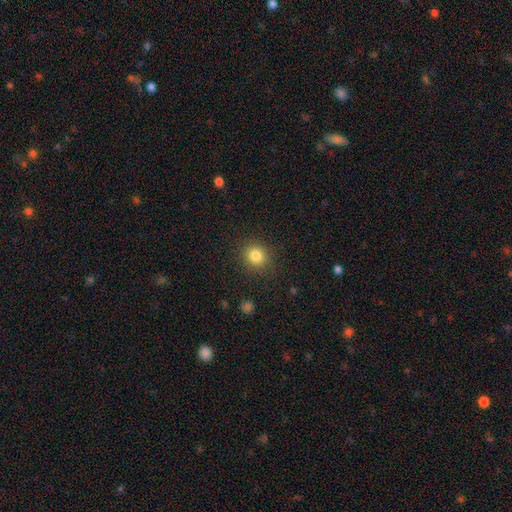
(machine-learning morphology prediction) smooth_or_featured: smooth (p=0.83) [alt: star or artifact p=0.12]
how_rounded: round (p=0.88) [alt: in between p=0.12]
merging: none (p=0.89) [alt: minor disturbance p=0.07]